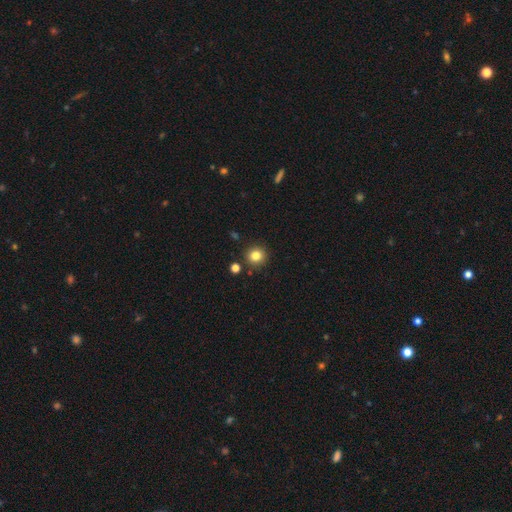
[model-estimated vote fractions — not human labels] Smooth or featured: smooth — 81% (star or artifact — 12%)
How rounded: round — 93% (in between — 6%)
Merging: none — 88% (minor disturbance — 6%)